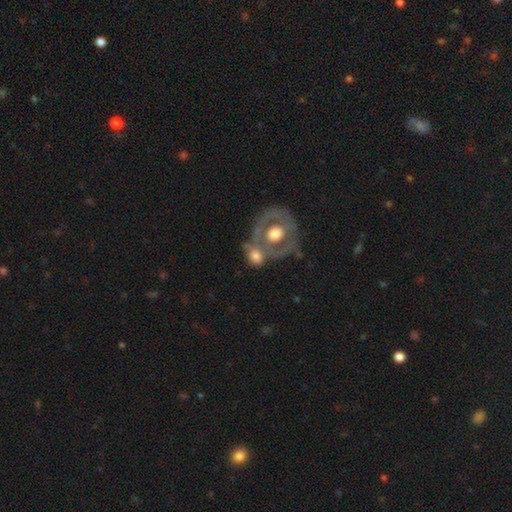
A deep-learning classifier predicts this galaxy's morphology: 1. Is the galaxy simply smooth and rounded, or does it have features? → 51% smooth, 42% featured or disk, 7% star or artifact.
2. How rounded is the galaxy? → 67% round, 31% in between, 2% cigar-shaped.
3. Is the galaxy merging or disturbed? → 41% none, 36% merger, 14% minor disturbance, 9% major disturbance.